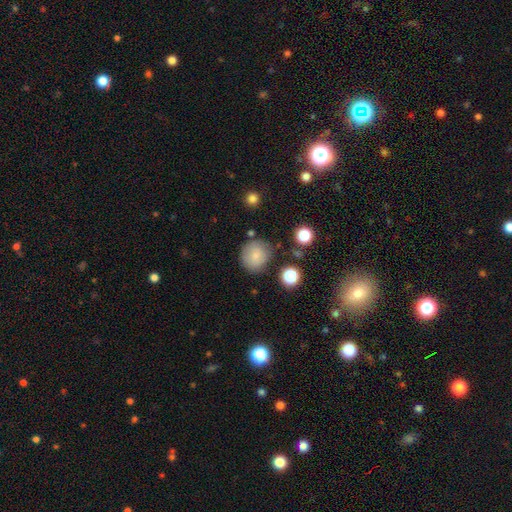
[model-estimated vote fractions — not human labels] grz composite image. It shows a smooth galaxy with no disk features (80%) that is round (86%). Merging: none (77%).